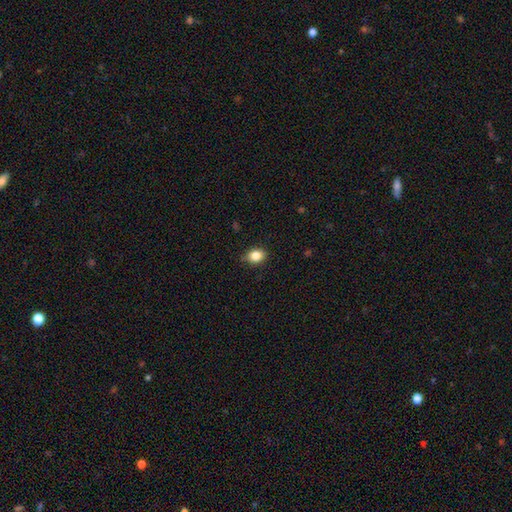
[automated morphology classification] smooth_or_featured: smooth (p=0.84) [alt: star or artifact p=0.09]
how_rounded: in between (p=0.63) [alt: round p=0.36]
merging: none (p=0.84) [alt: minor disturbance p=0.13]